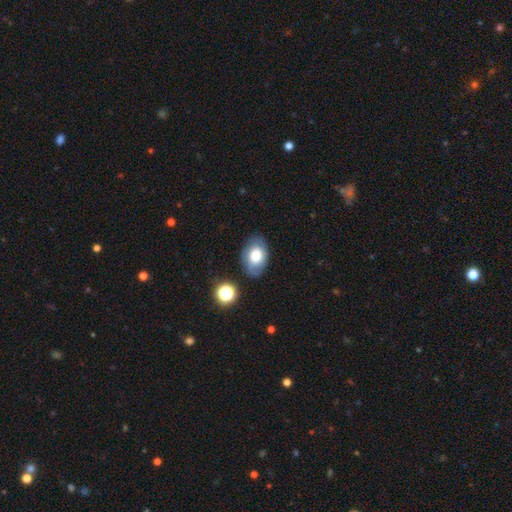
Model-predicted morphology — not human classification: A smooth galaxy with no disk features (70%) that is in between round and cigar-shaped (83%).

Vote fractions:
- Smooth or featured? smooth: 70% / featured or disk: 20% / star or artifact: 9%
- How rounded? in between: 83% / round: 16% / cigar-shaped: 1%
- Merging? none: 77% / minor disturbance: 16% / major disturbance: 4% / merger: 3%